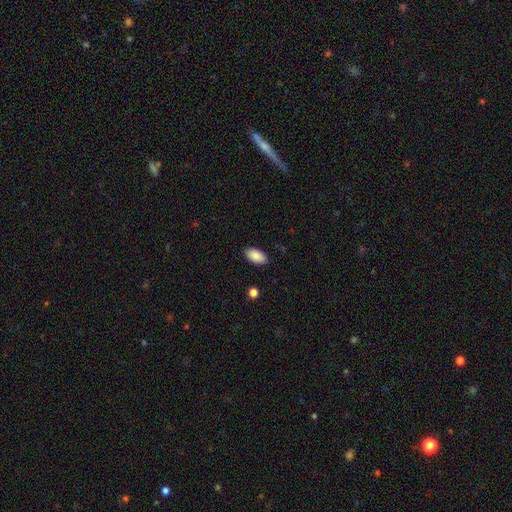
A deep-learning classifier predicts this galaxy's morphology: Smooth or featured? Predicted: smooth (p=0.89). How rounded? Predicted: in between (p=0.95). Merging? Predicted: none (p=0.88).